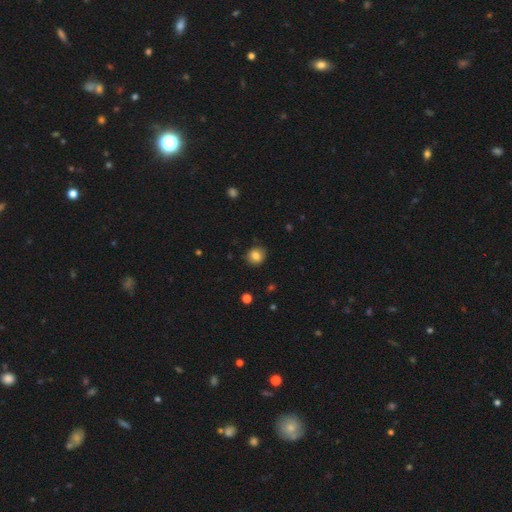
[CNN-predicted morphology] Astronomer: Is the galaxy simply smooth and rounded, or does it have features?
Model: smooth — 83%.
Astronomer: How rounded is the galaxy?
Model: round — 79%.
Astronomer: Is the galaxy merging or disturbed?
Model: none — 86%.